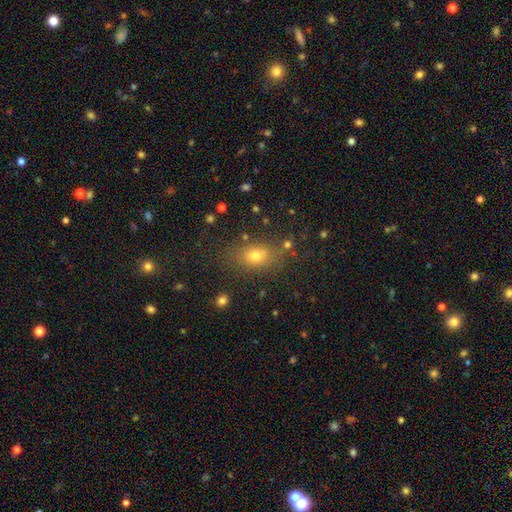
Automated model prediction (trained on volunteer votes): smooth_or_featured: smooth (p=0.69) [alt: star or artifact p=0.19]
how_rounded: in between (p=0.68) [alt: round p=0.28]
merging: none (p=0.77) [alt: minor disturbance p=0.13]